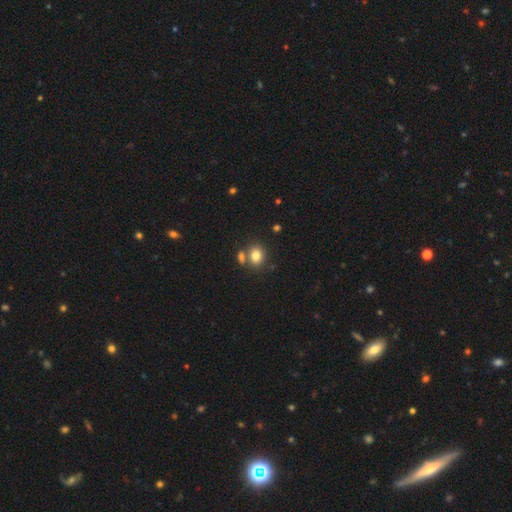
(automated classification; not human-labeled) A smooth galaxy with no disk features (81%) that is round (51%). Merging: none (60%).